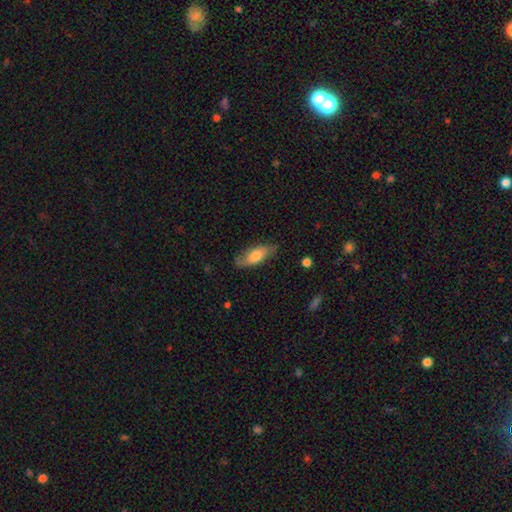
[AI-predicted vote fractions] Smooth or featured? smooth (64%)
How rounded? in between (77%)
Merging? none (73%)